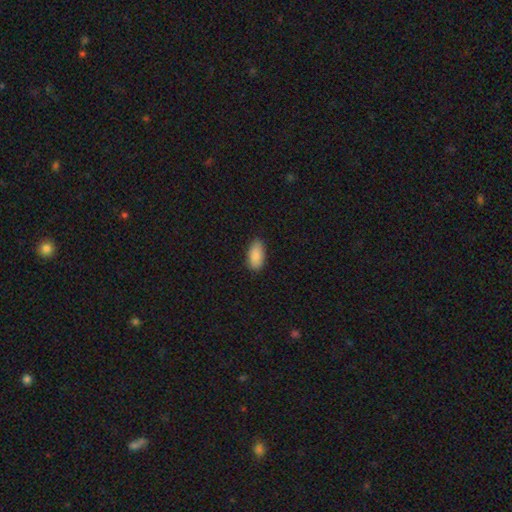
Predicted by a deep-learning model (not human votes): A smooth galaxy with no disk features (90%) that is in between round and cigar-shaped (92%).

Vote fractions:
- Smooth or featured? smooth: 90% / star or artifact: 6% / featured or disk: 4%
- How rounded? in between: 92% / cigar-shaped: 5% / round: 2%
- Merging? none: 85% / minor disturbance: 12% / major disturbance: 2% / merger: 1%